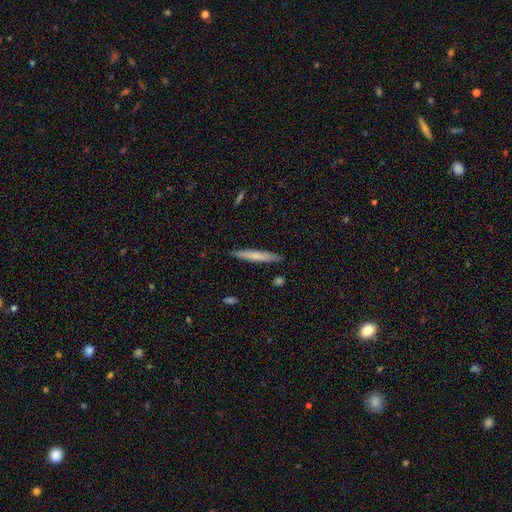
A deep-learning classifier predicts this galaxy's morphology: Smooth or featured: smooth — 67% (featured or disk — 27%)
How rounded: cigar-shaped — 95% (in between — 4%)
Merging: none — 89% (minor disturbance — 8%)